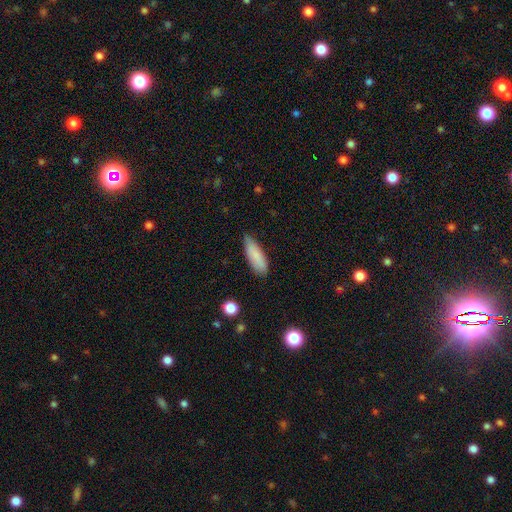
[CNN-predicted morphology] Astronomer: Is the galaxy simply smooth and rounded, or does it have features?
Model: smooth — 85%.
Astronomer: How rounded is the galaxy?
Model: in between — 53% (runner-up: cigar-shaped, 45%).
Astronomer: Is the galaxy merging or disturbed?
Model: none — 76%.